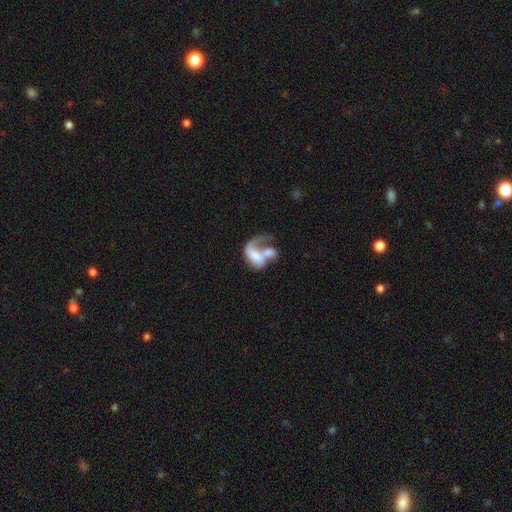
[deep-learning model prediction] Overall: featured or disk (56%; smooth 37%). Edge-on disk: no (97%). Bar: no (56%; weak 30%). Spiral arms: yes (65%; no 35%). Bulge size: moderate (40%; small 23%). Merging: merger (60%; major disturbance 22%).